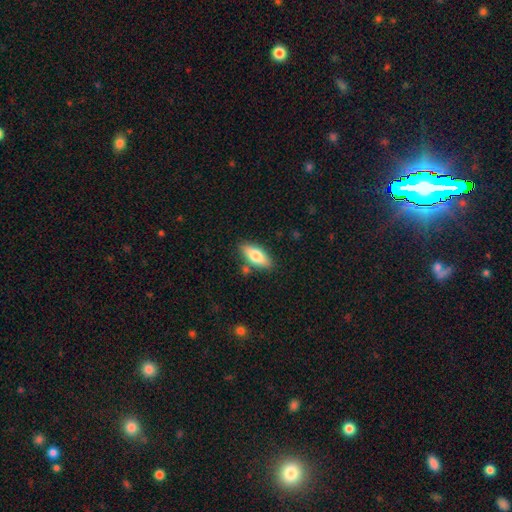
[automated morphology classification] The model was most divided on "smooth or featured": smooth: 72%, featured or disk: 22%, star or artifact: 6%. More confident: merging — none (79%); how rounded — in between (76%).